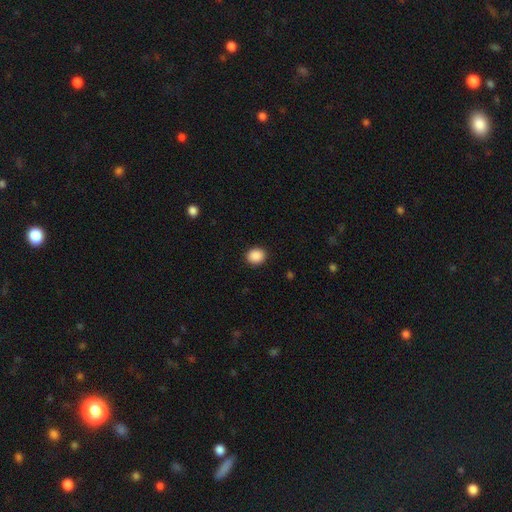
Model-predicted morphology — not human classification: smooth-or-featured: smooth: 90% | star or artifact: 8% | featured or disk: 2%
  how-rounded: round: 72% | in between: 27% | cigar-shaped: 1%
  merging: none: 91% | minor disturbance: 6% | major disturbance: 2% | merger: 1%